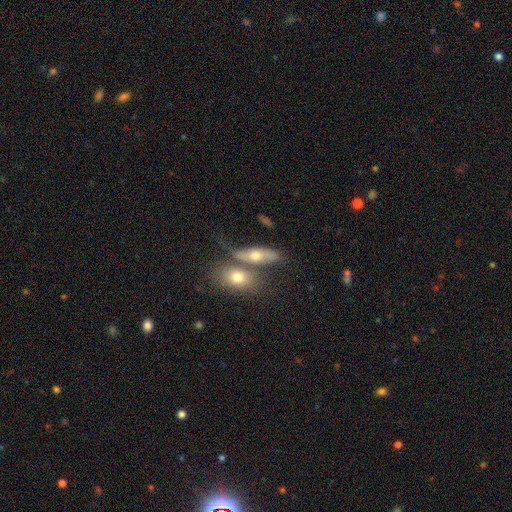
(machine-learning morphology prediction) A smooth galaxy with no disk features (50%).

Vote fractions:
- Smooth or featured? smooth: 50% / featured or disk: 42% / star or artifact: 8%
- Merging? none: 41% / merger: 39% / minor disturbance: 13% / major disturbance: 7%